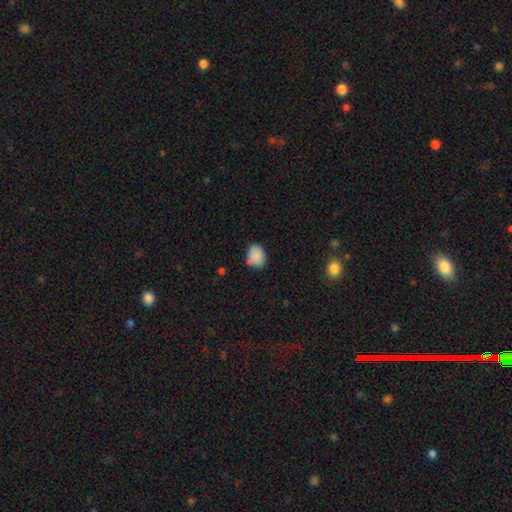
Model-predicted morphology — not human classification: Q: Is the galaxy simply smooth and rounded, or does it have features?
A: smooth — 86%.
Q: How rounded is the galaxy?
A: in between — 65%.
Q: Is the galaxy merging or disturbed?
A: none — 68%.